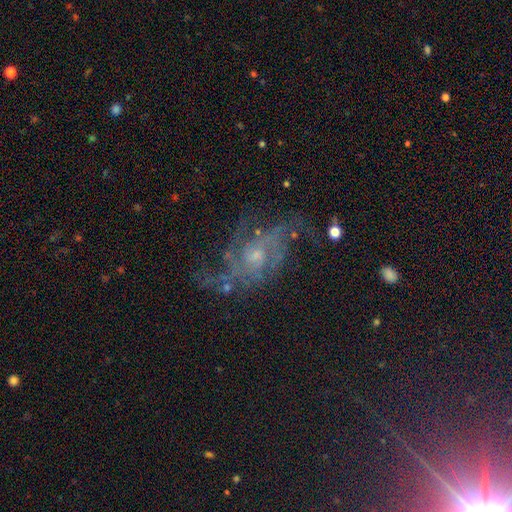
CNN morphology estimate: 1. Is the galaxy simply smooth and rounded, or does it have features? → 63% featured or disk, 26% star or artifact, 12% smooth.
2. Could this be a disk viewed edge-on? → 95% no, 5% yes.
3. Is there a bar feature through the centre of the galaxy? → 70% no, 25% weak, 6% strong.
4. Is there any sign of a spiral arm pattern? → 89% yes, 11% no.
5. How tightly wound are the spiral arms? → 44% medium, 32% tight, 24% loose.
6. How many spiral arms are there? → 32% can't tell, 20% 2, 19% 3, 12% 4, 9% more than 4, 9% 1.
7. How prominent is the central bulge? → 52% small, 40% moderate, 4% none, 3% large, 2% dominant.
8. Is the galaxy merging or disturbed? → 65% none, 17% minor disturbance, 15% major disturbance, 3% merger.